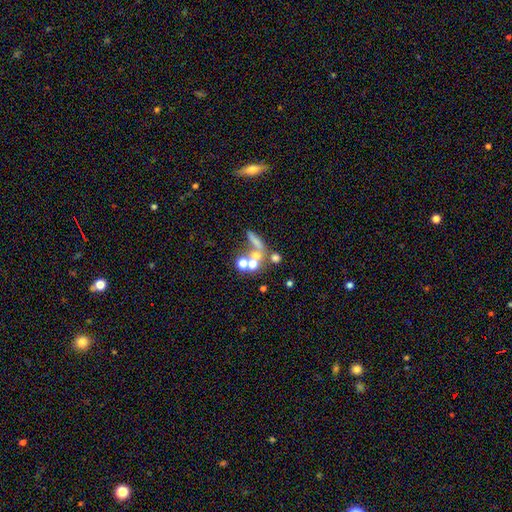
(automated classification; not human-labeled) Smooth or featured? Predicted: smooth (p=0.48). Merging? Predicted: merger (p=0.46).